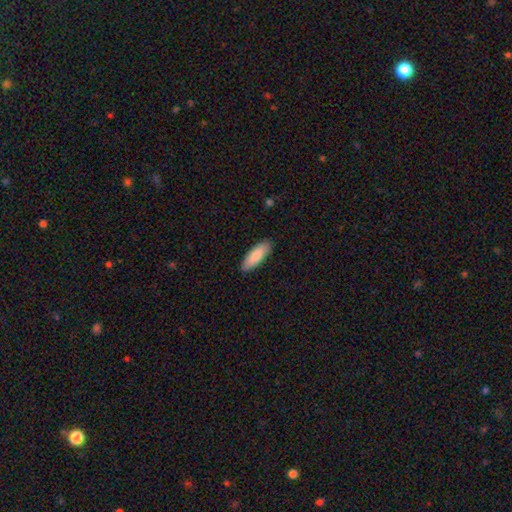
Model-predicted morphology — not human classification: Smooth or featured? Predicted: smooth (p=0.87). How rounded? Predicted: in between (p=0.61). Merging? Predicted: none (p=0.89).